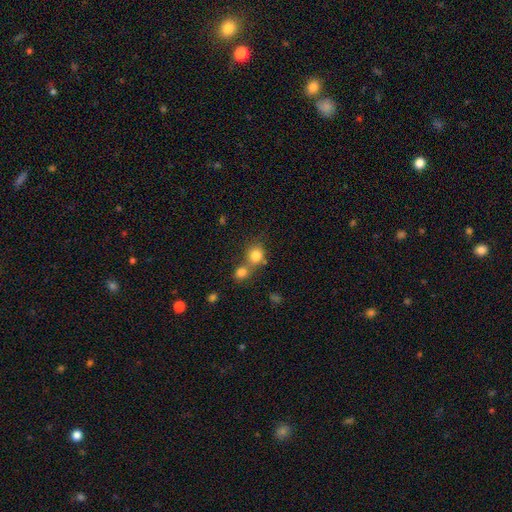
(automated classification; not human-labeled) Smooth or featured? Predicted: smooth (p=0.81). How rounded? Predicted: round (p=0.77). Merging? Predicted: none (p=0.44, tied with merger).